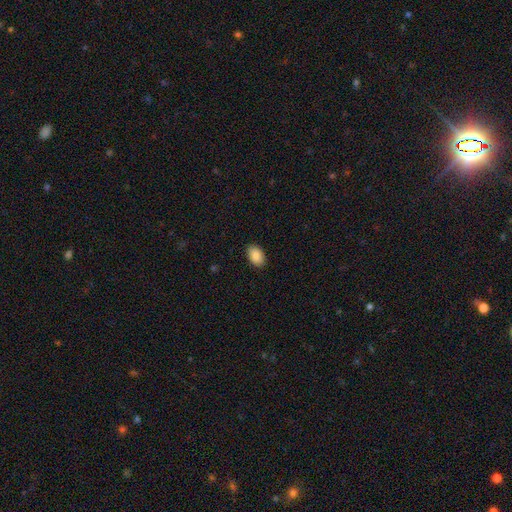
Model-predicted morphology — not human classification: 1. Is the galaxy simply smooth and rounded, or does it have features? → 89% smooth, 7% star or artifact, 4% featured or disk.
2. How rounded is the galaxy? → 90% in between, 9% round, 1% cigar-shaped.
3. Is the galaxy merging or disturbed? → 89% none, 8% minor disturbance, 2% major disturbance, 1% merger.